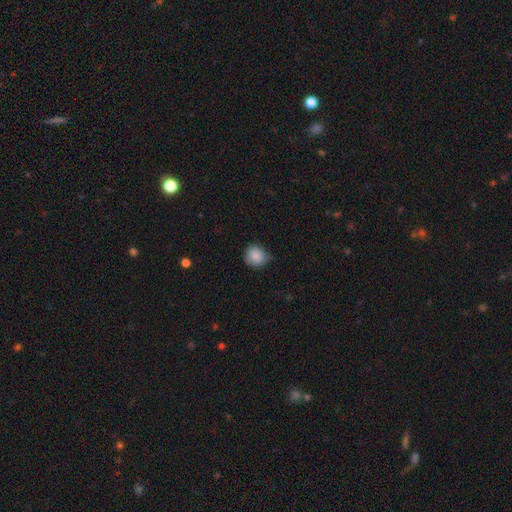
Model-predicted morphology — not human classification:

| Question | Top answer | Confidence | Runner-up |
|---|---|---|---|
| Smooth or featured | smooth | 86% | star or artifact (8%) |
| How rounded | round | 83% | in between (16%) |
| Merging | none | 64% | minor disturbance (30%) |